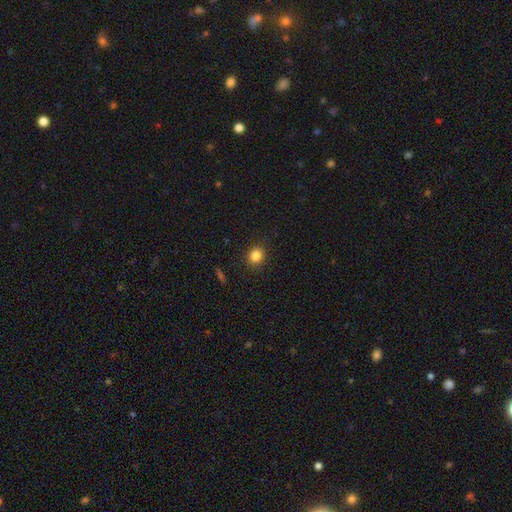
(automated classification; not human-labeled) Smooth or featured?
  - smooth: 84% *
  - star or artifact: 12%
  - featured or disk: 5%
How rounded?
  - round: 83% *
  - in between: 16%
  - cigar-shaped: 1%
Merging?
  - none: 90% *
  - minor disturbance: 7%
  - major disturbance: 2%
  - merger: 1%